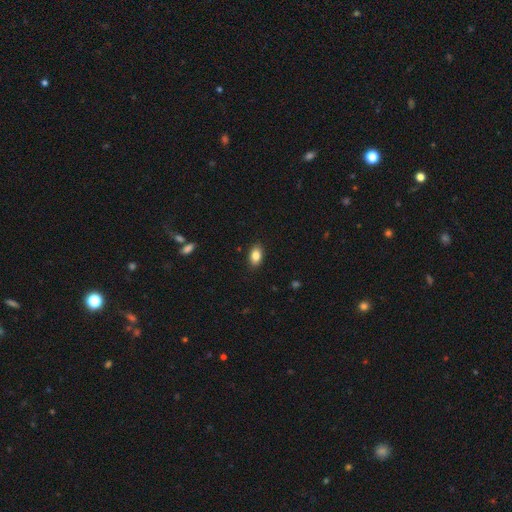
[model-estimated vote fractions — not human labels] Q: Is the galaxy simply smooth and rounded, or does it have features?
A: smooth — 84%.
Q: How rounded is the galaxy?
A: in between — 89%.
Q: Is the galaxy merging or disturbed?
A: none — 88%.